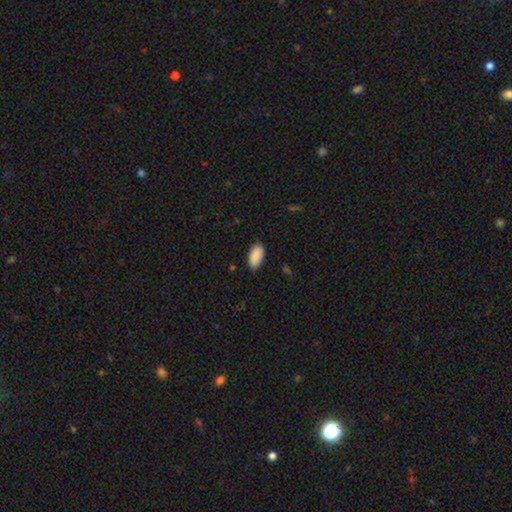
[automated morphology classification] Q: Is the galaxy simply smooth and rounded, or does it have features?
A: smooth — 91%.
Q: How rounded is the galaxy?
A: in between — 94%.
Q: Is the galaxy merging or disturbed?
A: none — 87%.